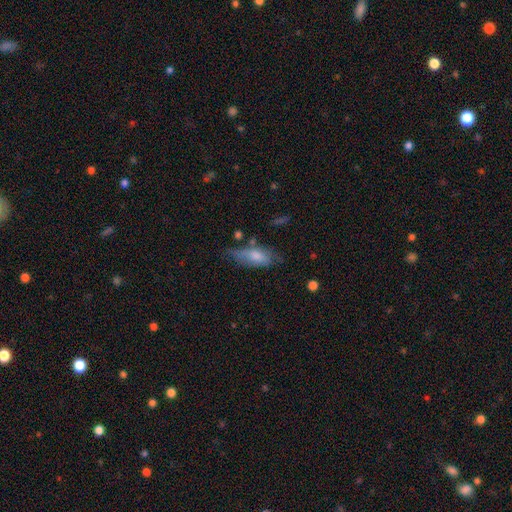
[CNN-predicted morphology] smooth 67%, featured or disk 26%, star or artifact 7%. Down the decision tree: how rounded — in between (75%); merging — none (50%).